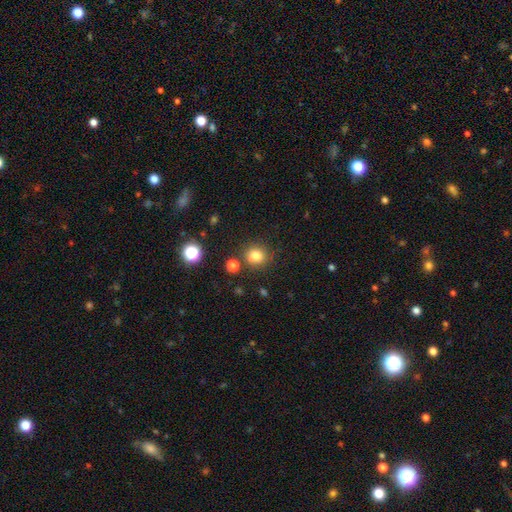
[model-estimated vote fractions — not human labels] This appears to be a smooth galaxy with no disk features (80%) that is round (86%). Merging: none (81%).